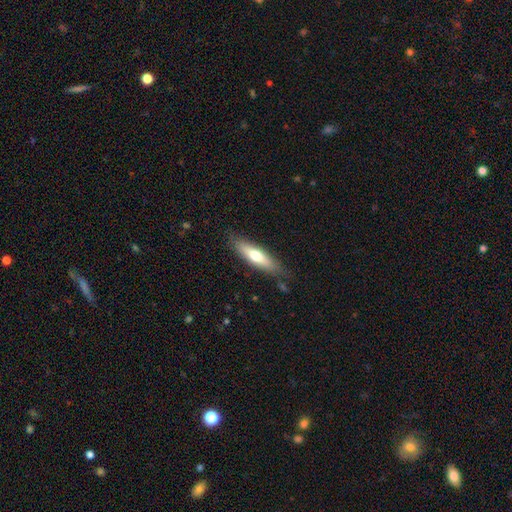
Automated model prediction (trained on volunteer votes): Overall: smooth (59%; featured or disk 35%). How rounded: cigar-shaped (67%; in between 31%). Merging: none (81%).